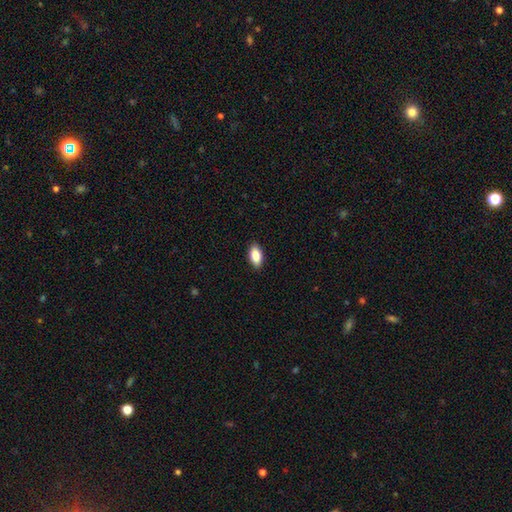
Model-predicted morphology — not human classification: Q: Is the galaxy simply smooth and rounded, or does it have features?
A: smooth — 87%.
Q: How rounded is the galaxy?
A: in between — 92%.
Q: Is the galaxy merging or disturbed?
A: none — 89%.